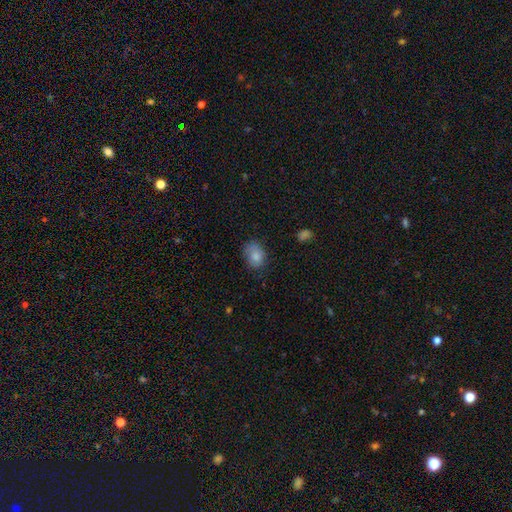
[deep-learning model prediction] Smooth or featured: smooth — 82% (star or artifact — 9%)
How rounded: in between — 67% (round — 32%)
Merging: none — 62% (minor disturbance — 28%)